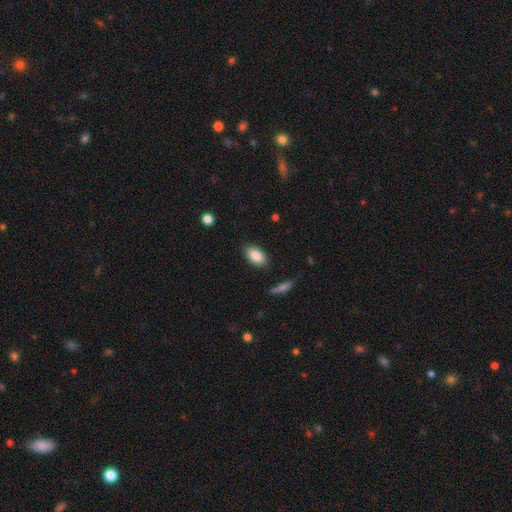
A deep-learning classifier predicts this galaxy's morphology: Q: Smooth or featured?
A: smooth (86%); runner-up: star or artifact (7%)
Q: How rounded?
A: in between (92%); runner-up: round (5%)
Q: Merging?
A: none (85%); runner-up: minor disturbance (10%)